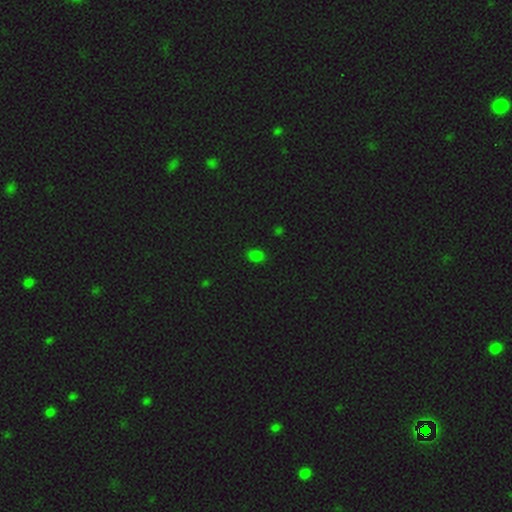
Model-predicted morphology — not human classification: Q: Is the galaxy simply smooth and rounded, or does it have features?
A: smooth — 77%.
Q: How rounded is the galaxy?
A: in between — 69%.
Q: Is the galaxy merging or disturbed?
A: none — 86%.